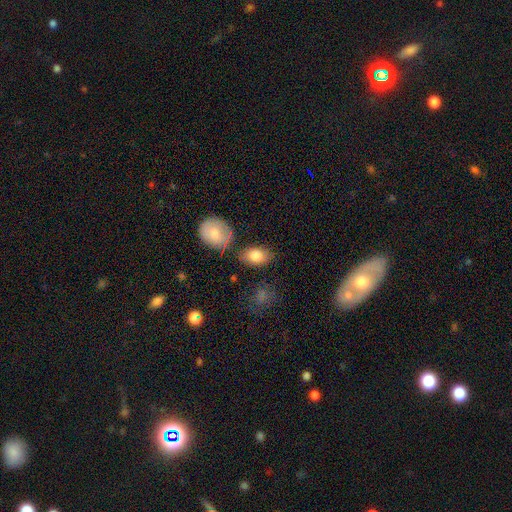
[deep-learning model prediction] Smooth or featured?
  - smooth: 82% *
  - featured or disk: 10%
  - star or artifact: 7%
How rounded?
  - in between: 85% *
  - round: 13%
  - cigar-shaped: 2%
Merging?
  - none: 74% *
  - minor disturbance: 15%
  - merger: 7%
  - major disturbance: 4%